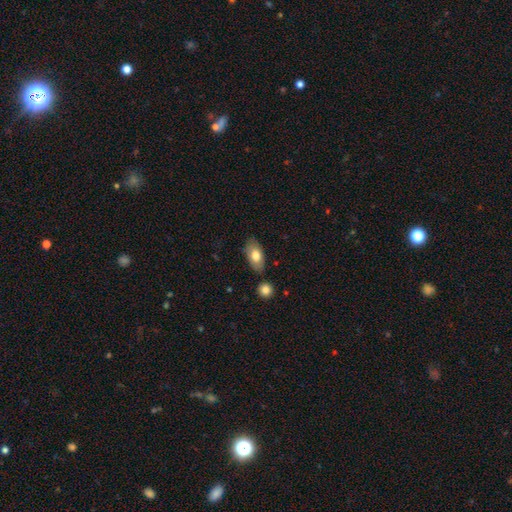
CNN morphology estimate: Smooth or featured? smooth (76%)
How rounded? in between (92%)
Merging? none (77%)